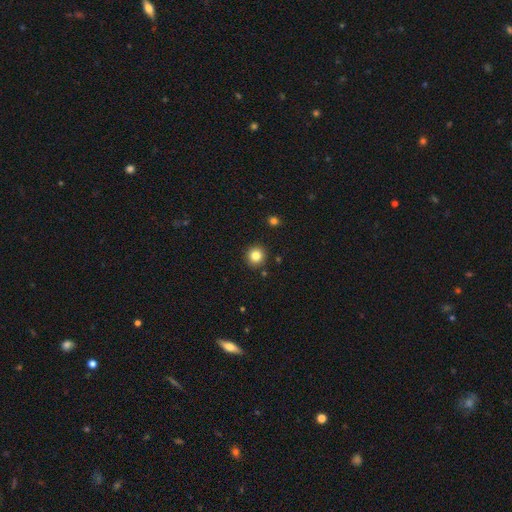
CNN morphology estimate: smooth_or_featured: smooth (p=0.84) [alt: star or artifact p=0.11]
how_rounded: round (p=0.93) [alt: in between p=0.06]
merging: none (p=0.90) [alt: minor disturbance p=0.06]